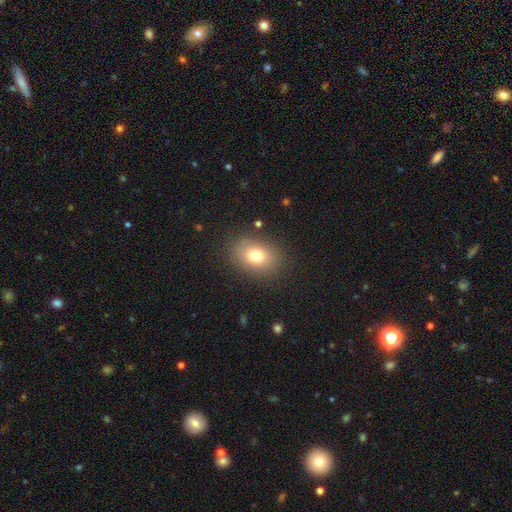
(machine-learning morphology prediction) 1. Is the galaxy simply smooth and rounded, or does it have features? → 77% smooth, 12% featured or disk, 11% star or artifact.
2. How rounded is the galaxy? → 70% in between, 28% round, 1% cigar-shaped.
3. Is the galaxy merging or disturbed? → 85% none, 10% minor disturbance, 4% major disturbance, 1% merger.